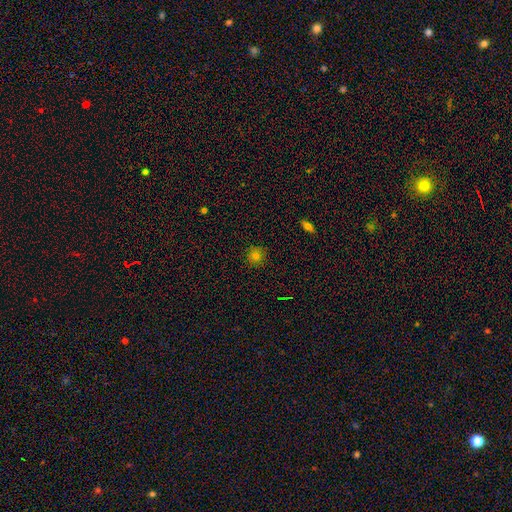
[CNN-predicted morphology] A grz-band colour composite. It shows a smooth galaxy with no disk features (76%) that is round (92%). Merging: none (88%).